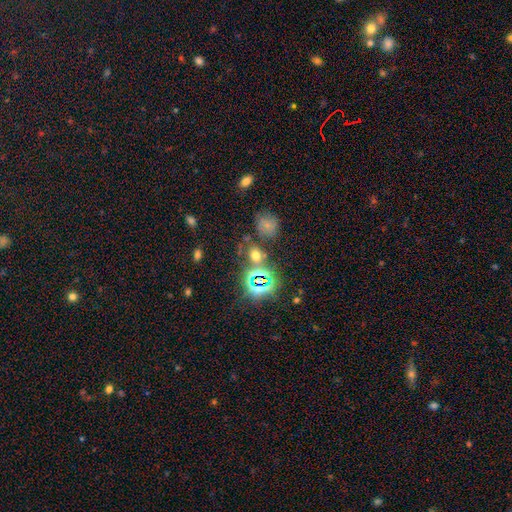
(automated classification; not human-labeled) Morphology: type=star or artifact (48%).